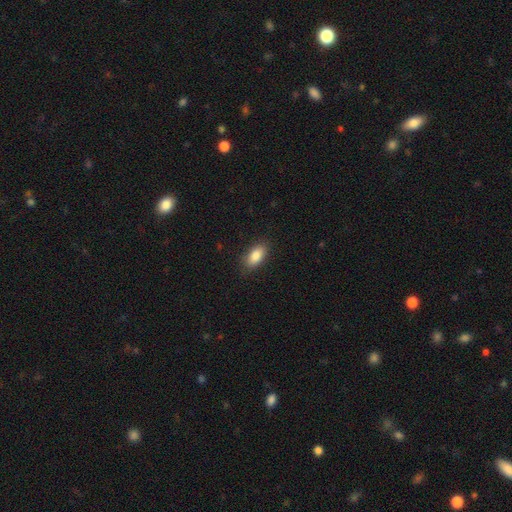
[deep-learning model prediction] Overall: smooth (86%). How rounded: in between (90%). Merging: none (85%).